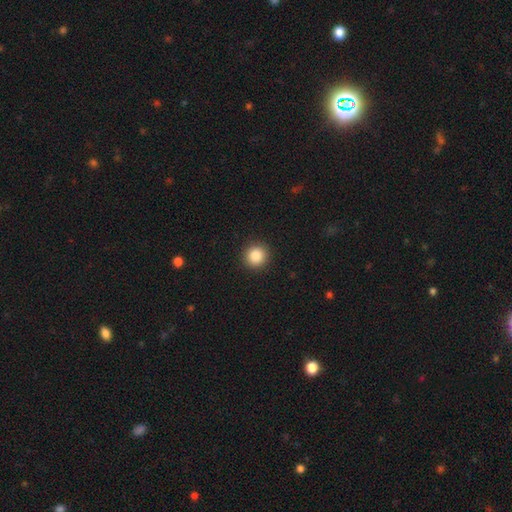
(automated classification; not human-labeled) A smooth galaxy with no disk features (86%) that is round (93%). Merging: none (92%).